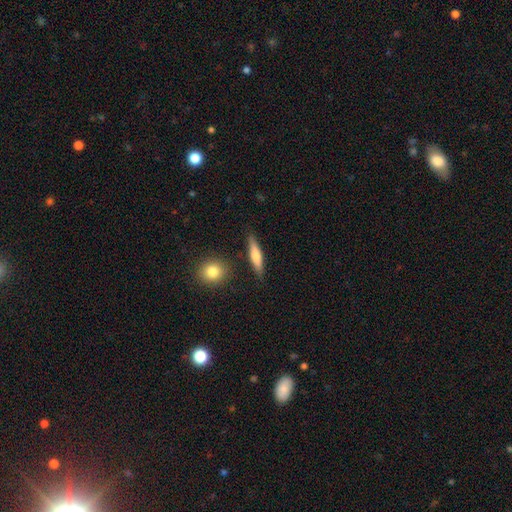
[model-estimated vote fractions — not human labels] Smooth or featured? smooth (63%)
How rounded? cigar-shaped (76%)
Merging? none (84%)